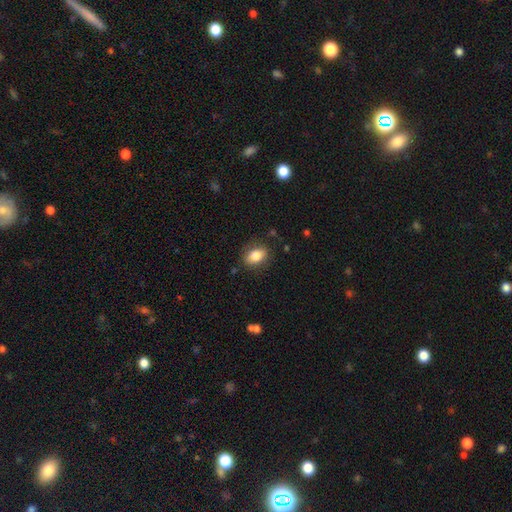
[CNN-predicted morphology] Q: Smooth or featured?
A: smooth (82%); runner-up: featured or disk (10%)
Q: How rounded?
A: in between (78%); runner-up: round (20%)
Q: Merging?
A: none (81%); runner-up: minor disturbance (14%)